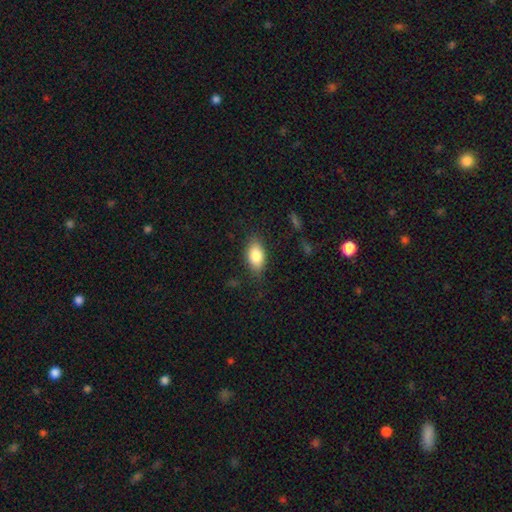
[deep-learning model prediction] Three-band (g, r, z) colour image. It shows a smooth galaxy with no disk features (84%) that is in between round and cigar-shaped (90%). Merging: none (80%).